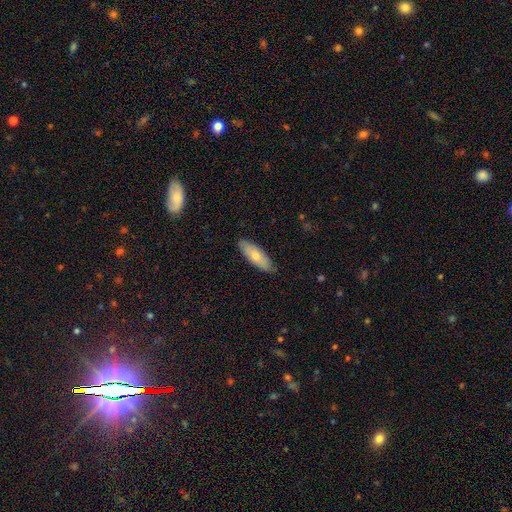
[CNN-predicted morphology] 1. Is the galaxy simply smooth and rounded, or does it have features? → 71% smooth, 23% featured or disk, 5% star or artifact.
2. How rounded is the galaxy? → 63% in between, 35% cigar-shaped, 2% round.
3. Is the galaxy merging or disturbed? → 83% none, 14% minor disturbance, 2% major disturbance, 1% merger.